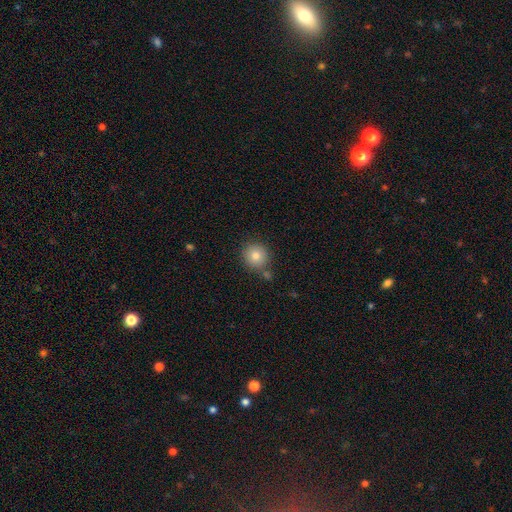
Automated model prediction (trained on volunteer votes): smooth 79%, star or artifact 11%, featured or disk 10%. Down the decision tree: how rounded — round (91%); merging — none (75%).